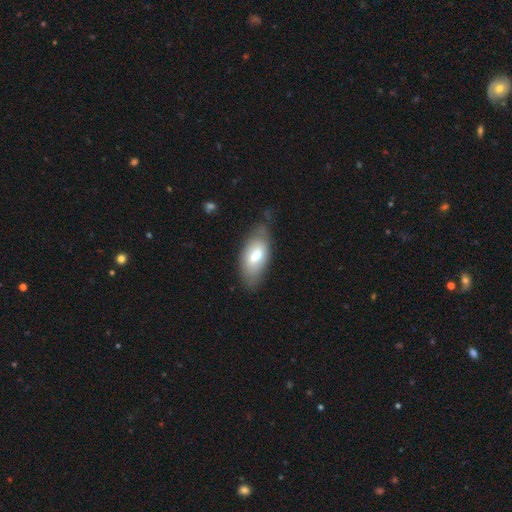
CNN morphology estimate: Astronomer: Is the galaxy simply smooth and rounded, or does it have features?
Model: smooth — 67%.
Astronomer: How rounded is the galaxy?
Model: in between — 87%.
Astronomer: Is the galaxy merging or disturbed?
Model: none — 61%.